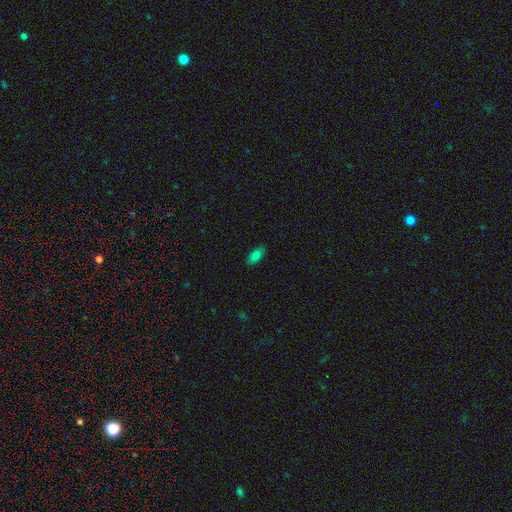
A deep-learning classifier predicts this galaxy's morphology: Smooth or featured? Predicted: smooth (p=0.77). How rounded? Predicted: in between (p=0.90). Merging? Predicted: none (p=0.86).